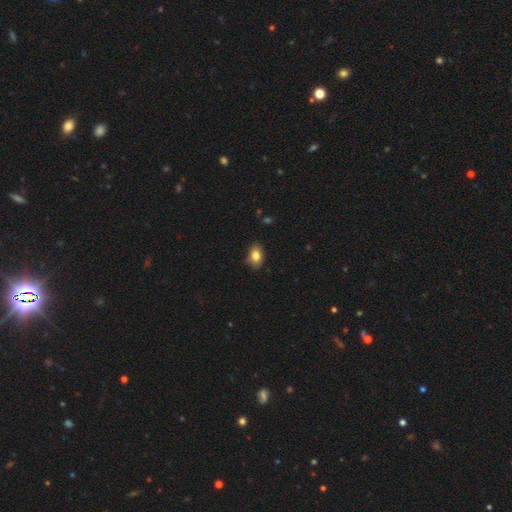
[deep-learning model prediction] A smooth galaxy with no disk features (82%) that is in between round and cigar-shaped (82%).

Vote fractions:
- Smooth or featured? smooth: 82% / featured or disk: 9% / star or artifact: 9%
- How rounded? in between: 82% / round: 17% / cigar-shaped: 2%
- Merging? none: 78% / minor disturbance: 17% / major disturbance: 3% / merger: 1%